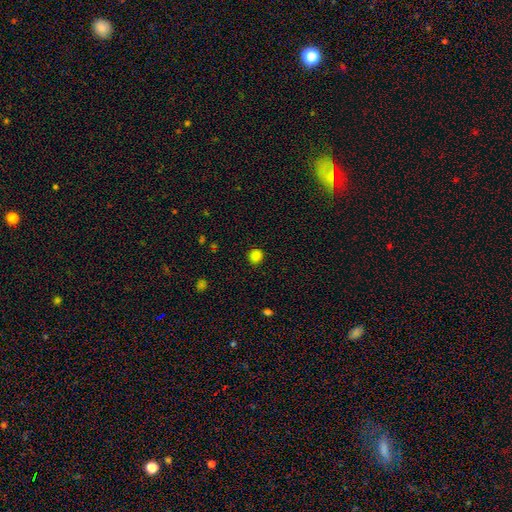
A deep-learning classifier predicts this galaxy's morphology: Smooth or featured? Predicted: smooth (p=0.84). How rounded? Predicted: round (p=0.86). Merging? Predicted: none (p=0.90).